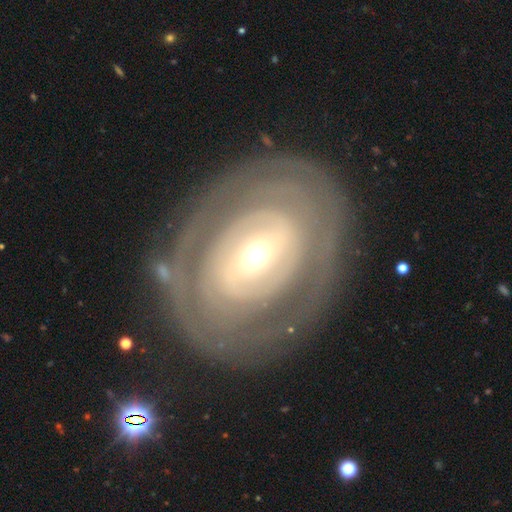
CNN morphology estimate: This appears to be a featured or disk galaxy (76%) with no bar (42%), spiral arms (58%) and a small central bulge (50%). Merging: none (80%).